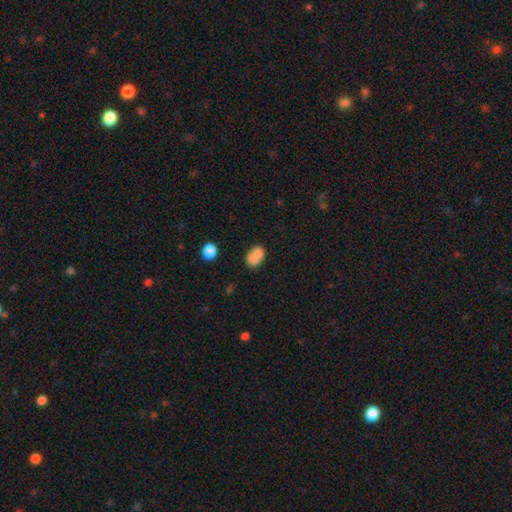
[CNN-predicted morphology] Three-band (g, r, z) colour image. It shows a smooth galaxy with no disk features (76%) that is in between round and cigar-shaped (62%). Merging: merger (42%).